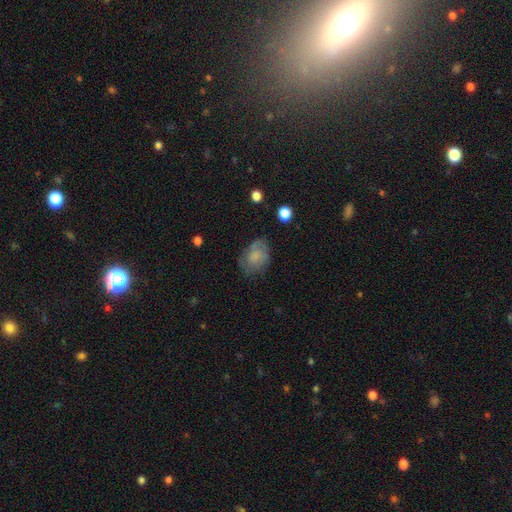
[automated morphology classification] Overall: smooth (65%; featured or disk 26%). How rounded: in between (70%). Merging: none (61%; minor disturbance 26%).